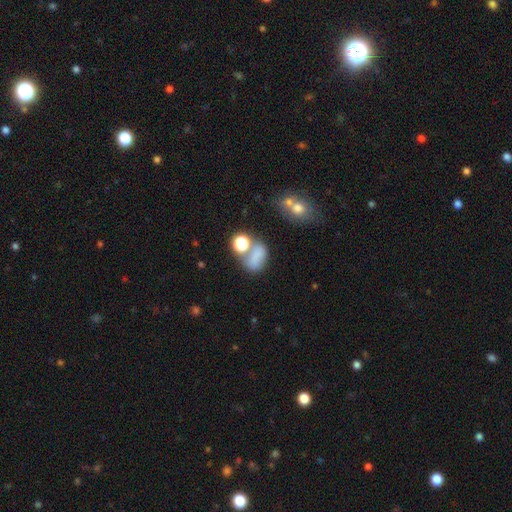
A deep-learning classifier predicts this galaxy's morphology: smooth_or_featured: smooth (p=0.68) [alt: star or artifact p=0.18]
how_rounded: in between (p=0.70) [alt: round p=0.28]
merging: none (p=0.39) [alt: merger p=0.28]